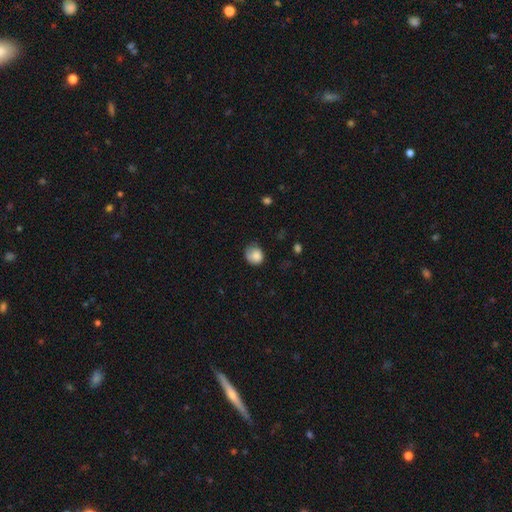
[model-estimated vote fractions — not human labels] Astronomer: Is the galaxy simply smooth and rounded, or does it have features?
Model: smooth — 81%.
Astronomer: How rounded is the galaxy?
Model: round — 67%.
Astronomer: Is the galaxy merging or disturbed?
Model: none — 51% (runner-up: minor disturbance, 33%).